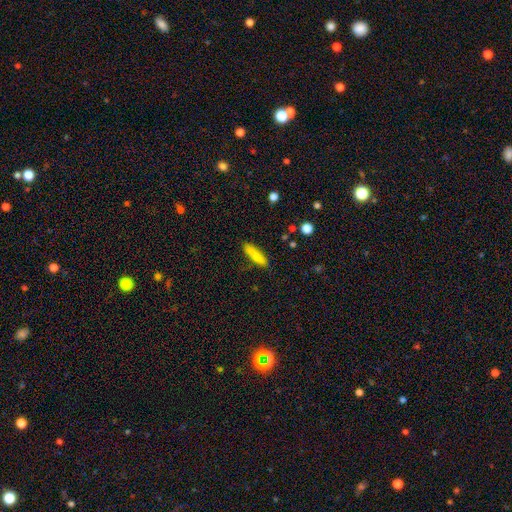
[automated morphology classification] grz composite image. It shows a smooth galaxy with no disk features (83%) that is cigar-shaped (73%). Merging: none (82%).